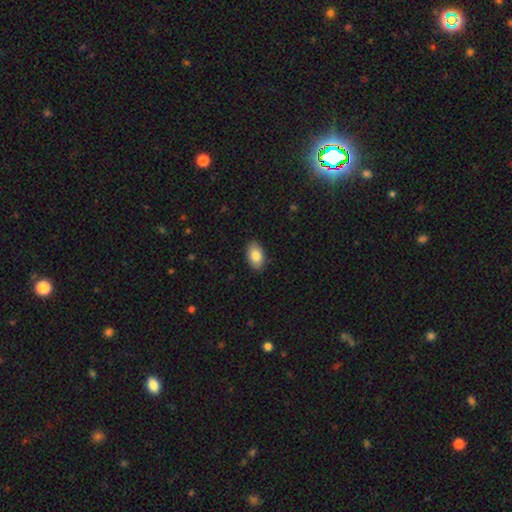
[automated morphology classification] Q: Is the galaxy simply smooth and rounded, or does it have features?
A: smooth — 85%.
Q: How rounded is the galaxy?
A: in between — 92%.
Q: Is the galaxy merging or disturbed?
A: none — 88%.